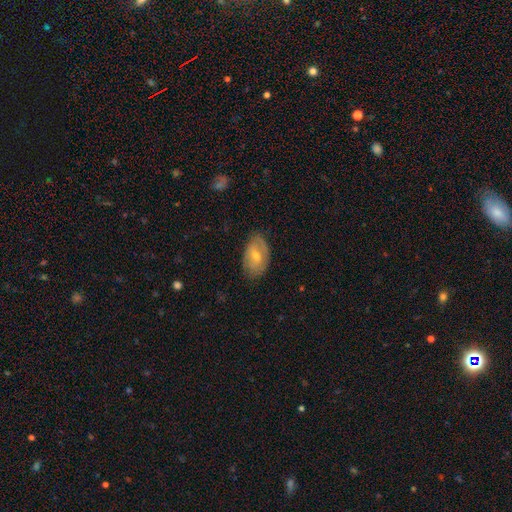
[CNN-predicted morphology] Overall: smooth (47%; featured or disk 45%). Merging: none (76%).